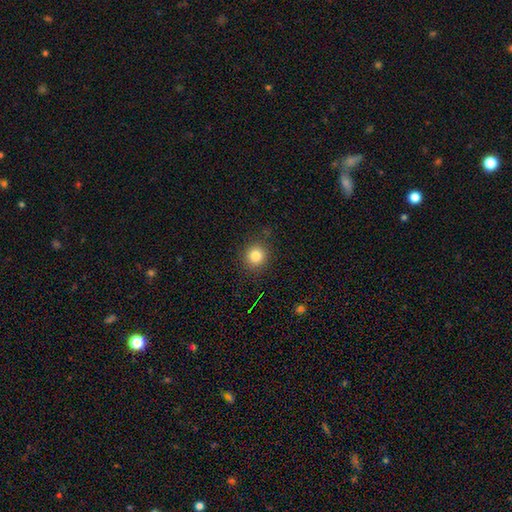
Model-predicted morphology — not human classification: This appears to be a smooth galaxy with no disk features (82%) that is round (88%). Merging: none (86%).